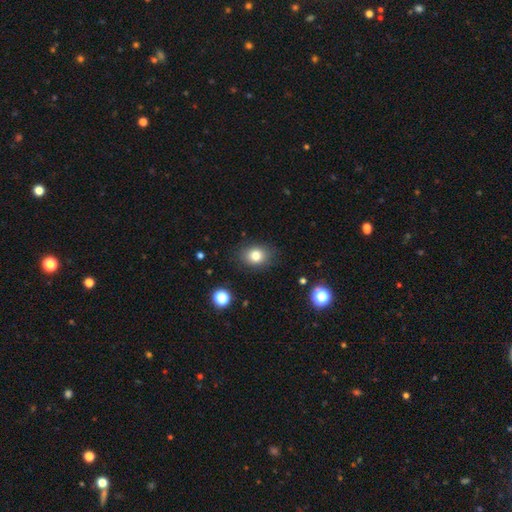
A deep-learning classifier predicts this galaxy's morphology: Q: Smooth or featured?
A: smooth (80%); runner-up: star or artifact (11%)
Q: How rounded?
A: in between (52%); runner-up: round (47%)
Q: Merging?
A: none (84%); runner-up: minor disturbance (11%)